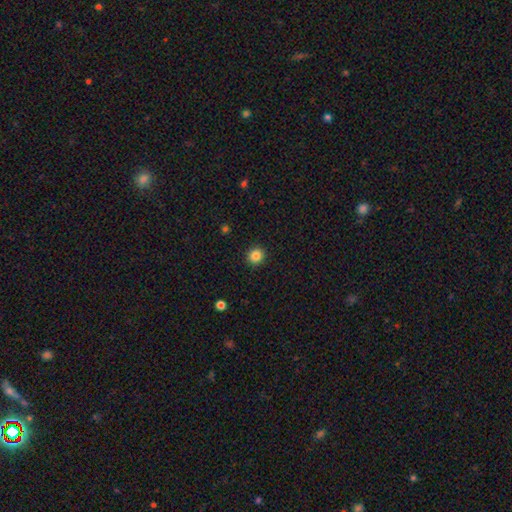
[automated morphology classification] A smooth galaxy with no disk features (85%) that is round (92%).

Vote fractions:
- Smooth or featured? smooth: 85% / star or artifact: 11% / featured or disk: 4%
- How rounded? round: 92% / in between: 7% / cigar-shaped: 1%
- Merging? none: 93% / minor disturbance: 5% / major disturbance: 2% / merger: 1%